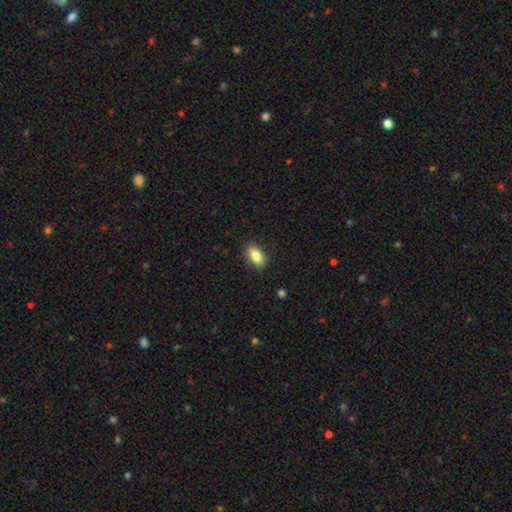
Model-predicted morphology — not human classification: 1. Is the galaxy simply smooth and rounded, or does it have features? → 84% smooth, 8% featured or disk, 8% star or artifact.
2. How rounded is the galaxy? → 89% in between, 6% cigar-shaped, 5% round.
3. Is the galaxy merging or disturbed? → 88% none, 9% minor disturbance, 2% major disturbance, 1% merger.